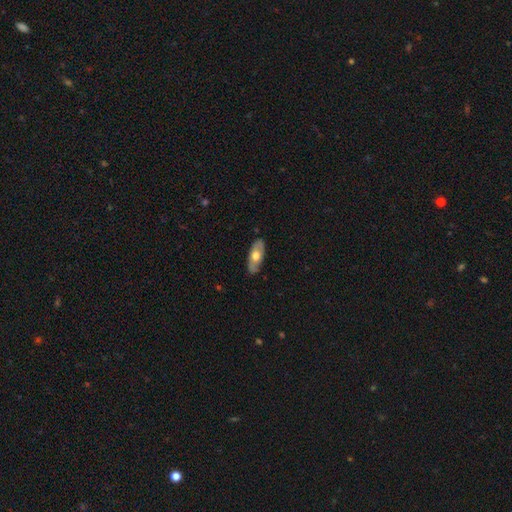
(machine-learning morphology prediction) Smooth or featured?
  - smooth: 54% *
  - featured or disk: 41%
  - star or artifact: 5%
How rounded?
  - in between: 81% *
  - cigar-shaped: 16%
  - round: 3%
Merging?
  - none: 86% *
  - minor disturbance: 11%
  - major disturbance: 2%
  - merger: 1%